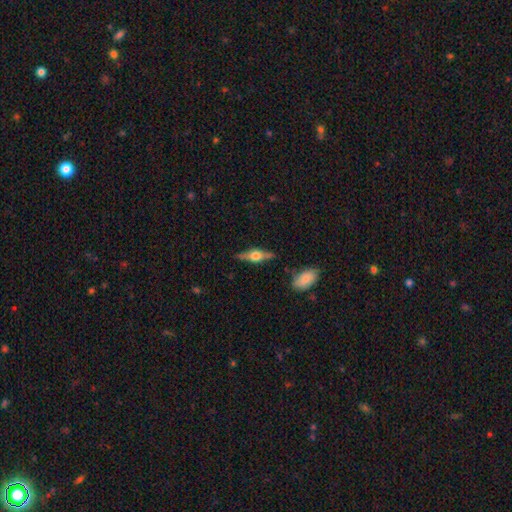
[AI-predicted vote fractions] smooth-or-featured: featured or disk: 70% | smooth: 24% | star or artifact: 6%
  disk-edge-on: yes: 96% | no: 4%
    edge-on-bulge: rounded: 92% | boxy: 6% | none: 1%
  merging: none: 81% | minor disturbance: 13% | major disturbance: 3% | merger: 3%